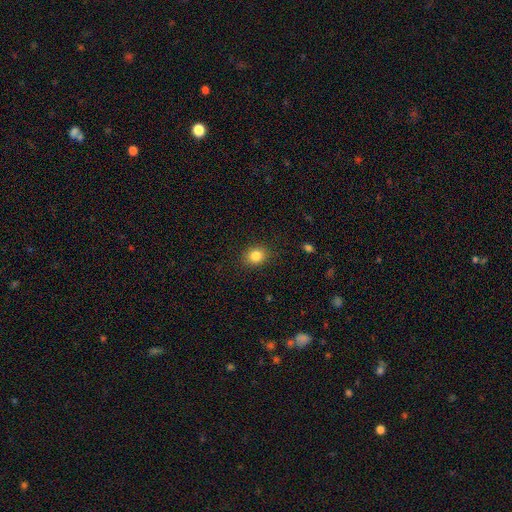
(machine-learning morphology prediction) Q: Smooth or featured?
A: smooth (84%); runner-up: star or artifact (10%)
Q: How rounded?
A: round (63%); runner-up: in between (36%)
Q: Merging?
A: none (88%); runner-up: minor disturbance (8%)